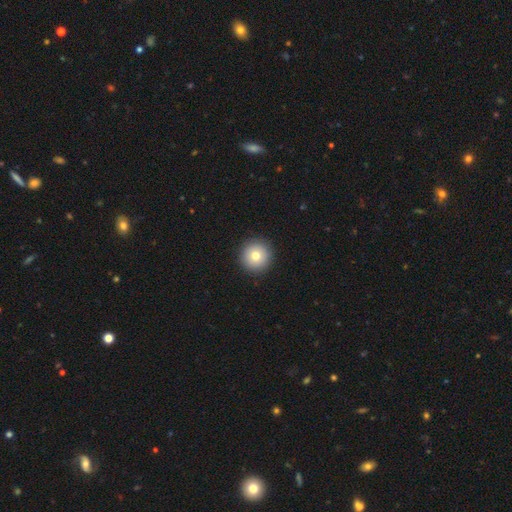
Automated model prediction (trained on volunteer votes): A smooth galaxy with no disk features (76%) that is round (96%).

Vote fractions:
- Smooth or featured? smooth: 76% / featured or disk: 13% / star or artifact: 11%
- How rounded? round: 96% / in between: 3% / cigar-shaped: 1%
- Merging? none: 93% / minor disturbance: 5% / major disturbance: 2% / merger: 1%